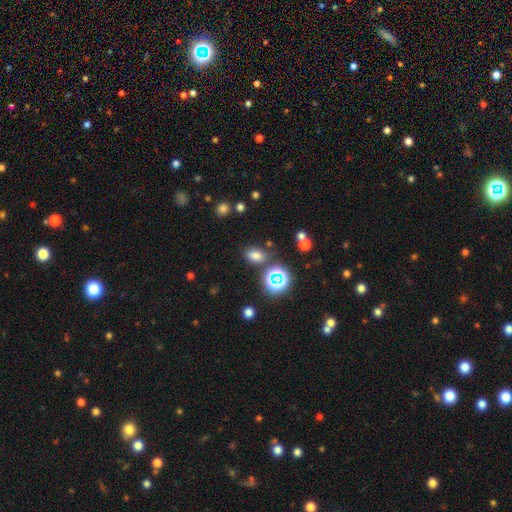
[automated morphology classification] A smooth galaxy with no disk features (72%) that is in between round and cigar-shaped (79%). Merging: none (77%).